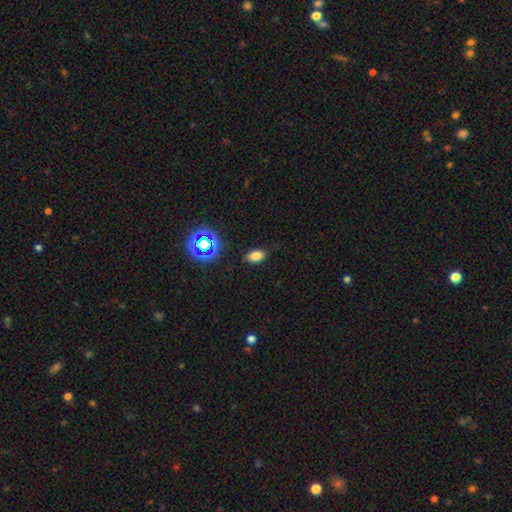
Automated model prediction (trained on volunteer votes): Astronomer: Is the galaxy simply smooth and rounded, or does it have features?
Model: smooth — 75%.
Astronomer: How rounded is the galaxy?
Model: in between — 89%.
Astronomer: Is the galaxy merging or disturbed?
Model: none — 87%.